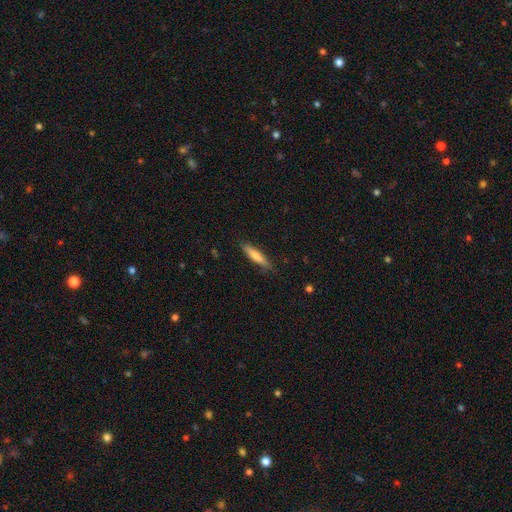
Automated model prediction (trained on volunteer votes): Q: Smooth or featured?
A: smooth (69%); runner-up: featured or disk (26%)
Q: How rounded?
A: cigar-shaped (84%); runner-up: in between (15%)
Q: Merging?
A: none (87%); runner-up: minor disturbance (10%)